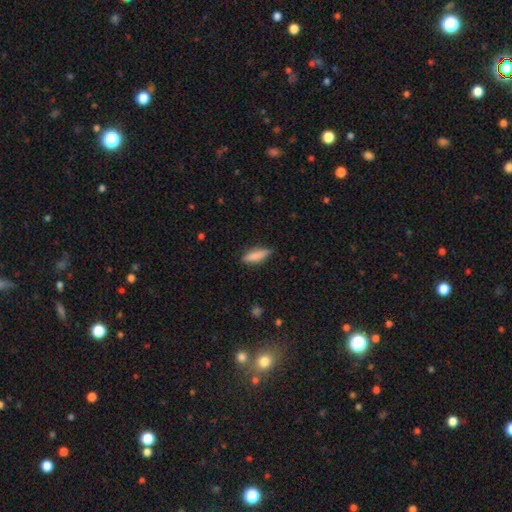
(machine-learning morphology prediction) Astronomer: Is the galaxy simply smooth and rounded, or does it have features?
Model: smooth — 83%.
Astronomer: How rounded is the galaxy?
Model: cigar-shaped — 53% (runner-up: in between, 45%).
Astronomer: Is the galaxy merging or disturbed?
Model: none — 81%.